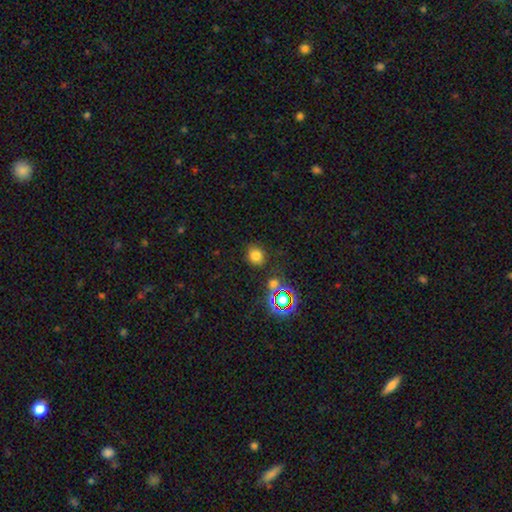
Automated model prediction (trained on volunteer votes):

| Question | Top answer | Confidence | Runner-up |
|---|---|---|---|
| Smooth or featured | smooth | 74% | star or artifact (20%) |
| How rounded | round | 79% | in between (20%) |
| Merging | none | 81% | minor disturbance (11%) |